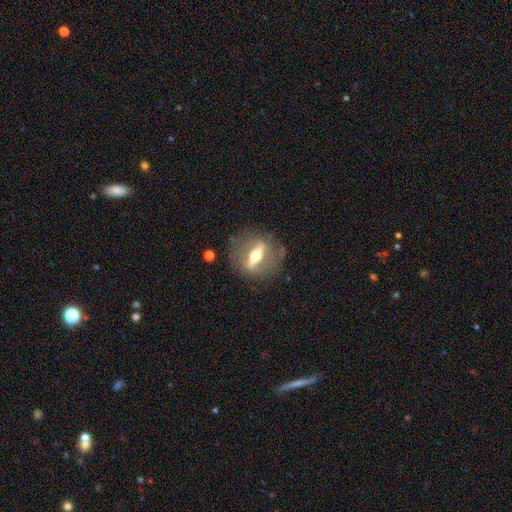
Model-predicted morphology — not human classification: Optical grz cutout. It shows a featured or disk galaxy (75%) viewed edge-on (53%). Merging: none (75%).